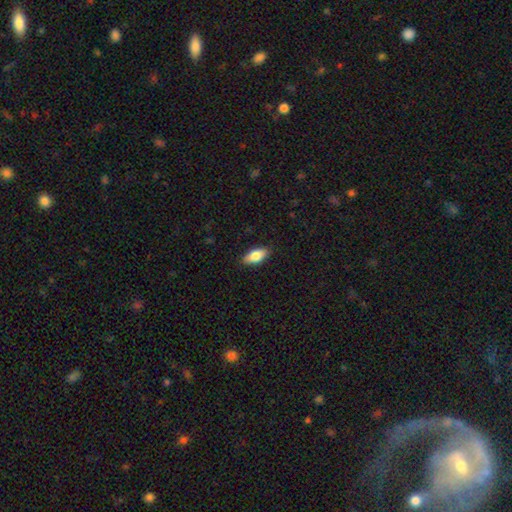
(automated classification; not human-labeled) smooth 81%, featured or disk 13%, star or artifact 6%. Down the decision tree: how rounded — in between (89%); merging — none (87%).